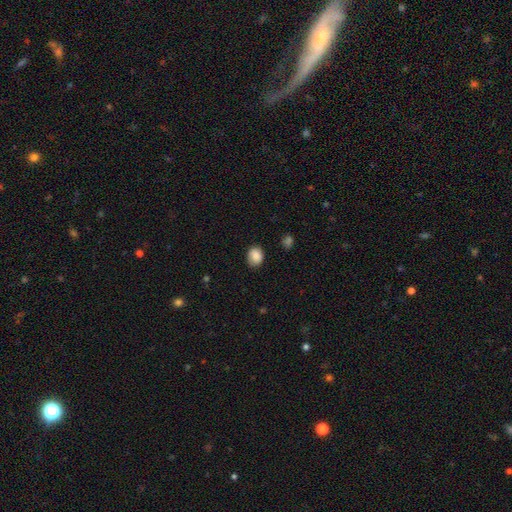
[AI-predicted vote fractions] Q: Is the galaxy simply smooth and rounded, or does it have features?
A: smooth — 86%.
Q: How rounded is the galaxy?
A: in between — 50%.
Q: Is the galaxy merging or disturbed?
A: none — 80%.